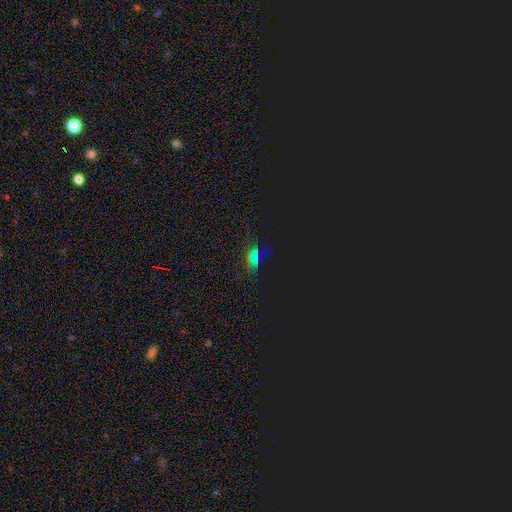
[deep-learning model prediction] smooth_or_featured: star or artifact (p=0.61) [alt: smooth p=0.29]